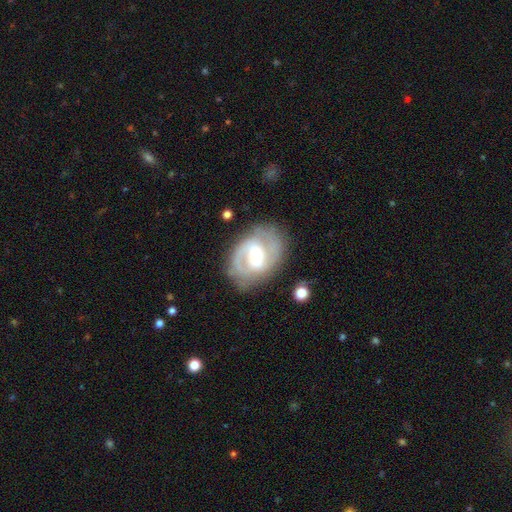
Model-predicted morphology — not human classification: This appears to be a featured or disk galaxy (82%) with a weak bar (49%), 2 (80%) medium (49%) spiral arms (90%) and a moderate central bulge (47%). Merging: none (72%).